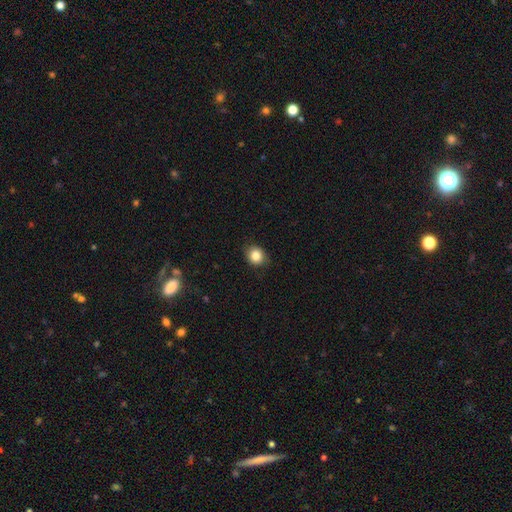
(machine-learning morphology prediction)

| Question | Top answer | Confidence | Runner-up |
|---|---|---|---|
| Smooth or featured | smooth | 84% | star or artifact (10%) |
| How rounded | round | 68% | in between (31%) |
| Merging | none | 85% | minor disturbance (12%) |